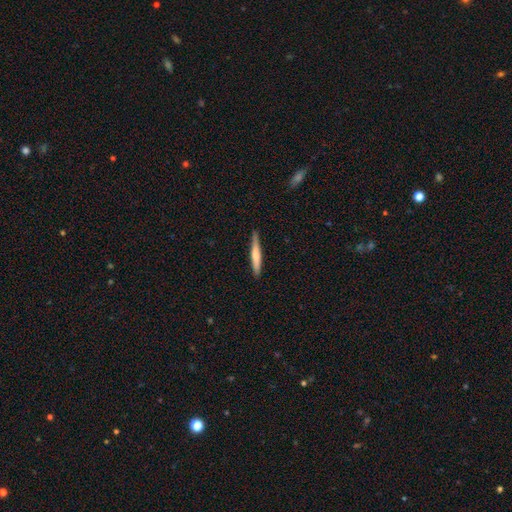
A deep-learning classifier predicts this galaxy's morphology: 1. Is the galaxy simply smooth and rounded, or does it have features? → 60% smooth, 35% featured or disk, 5% star or artifact.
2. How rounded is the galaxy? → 94% cigar-shaped, 5% in between, 1% round.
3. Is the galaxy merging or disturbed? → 86% none, 11% minor disturbance, 2% major disturbance, 1% merger.